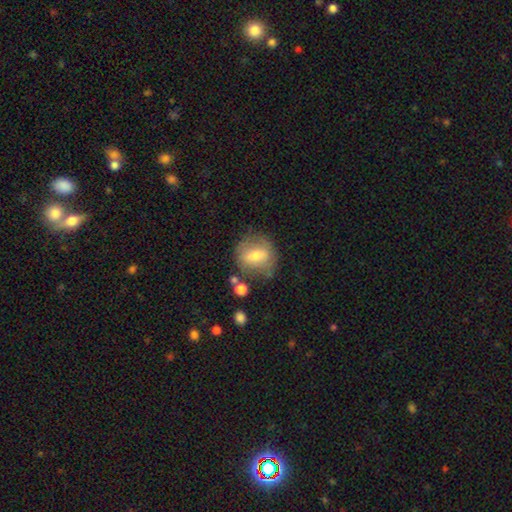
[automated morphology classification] smooth-or-featured: smooth: 56% | featured or disk: 35% | star or artifact: 9%
  how-rounded: round: 74% | in between: 24% | cigar-shaped: 2%
  merging: none: 69% | minor disturbance: 19% | major disturbance: 8% | merger: 5%